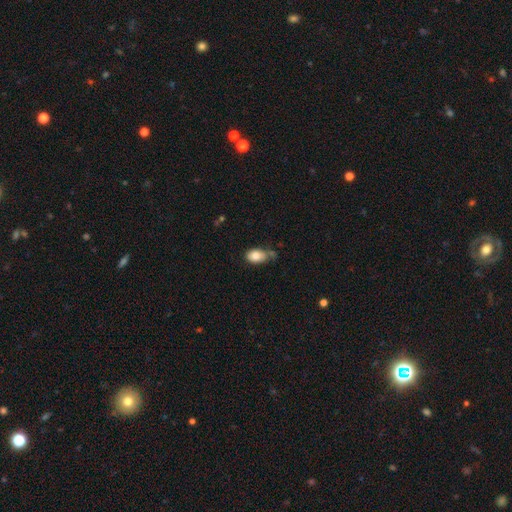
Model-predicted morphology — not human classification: Q: Smooth or featured?
A: smooth (80%); runner-up: featured or disk (12%)
Q: How rounded?
A: in between (86%); runner-up: round (12%)
Q: Merging?
A: none (50%); runner-up: minor disturbance (30%)